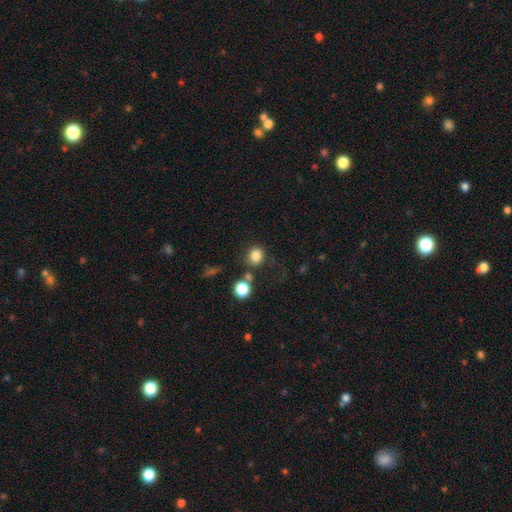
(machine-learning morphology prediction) Smooth or featured? smooth (83%)
How rounded? round (79%)
Merging? none (71%)